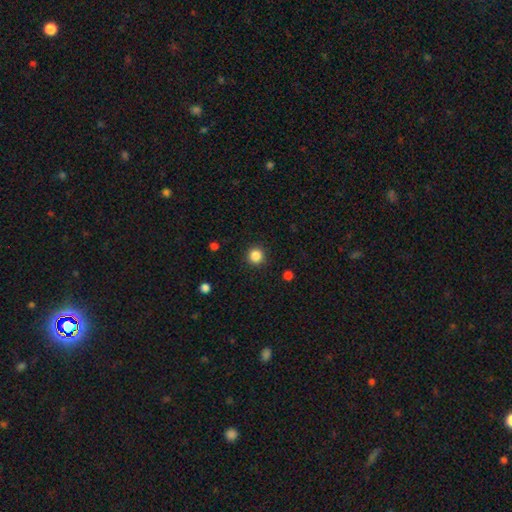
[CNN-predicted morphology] This appears to be a smooth galaxy with no disk features (85%) that is round (95%). Merging: none (91%).